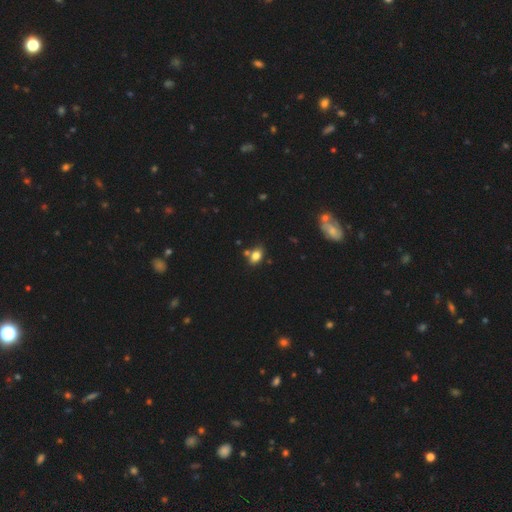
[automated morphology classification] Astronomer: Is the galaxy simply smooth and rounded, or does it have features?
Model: smooth — 82%.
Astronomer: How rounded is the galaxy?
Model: in between — 82%.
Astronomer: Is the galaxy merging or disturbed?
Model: none — 68%.